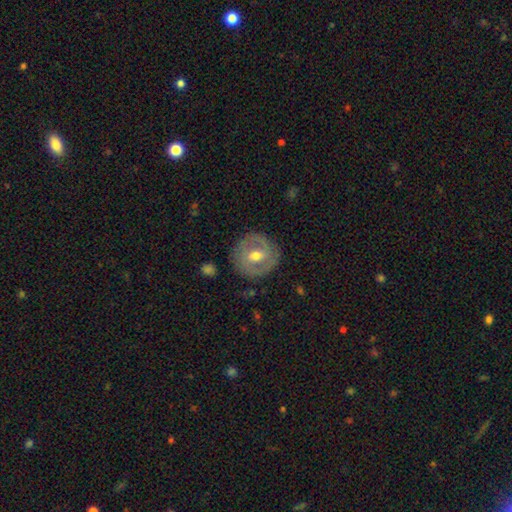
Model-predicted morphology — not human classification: smooth-or-featured: featured or disk: 58% | smooth: 36% | star or artifact: 6%
  disk-edge-on: no: 95% | yes: 5%
    bar: weak: 45% | no: 35% | strong: 20%
    has-spiral-arms: no: 55% | yes: 45%
    bulge-size: moderate: 77% | small: 17% | large: 4% | none: 1% | dominant: 1%
  merging: none: 85% | minor disturbance: 11% | major disturbance: 3% | merger: 1%